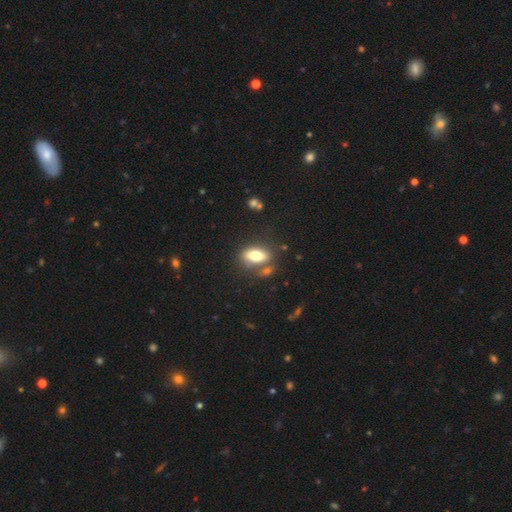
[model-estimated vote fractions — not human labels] Q: Smooth or featured?
A: smooth (75%); runner-up: featured or disk (17%)
Q: How rounded?
A: in between (81%); runner-up: cigar-shaped (14%)
Q: Merging?
A: none (67%); runner-up: minor disturbance (14%)